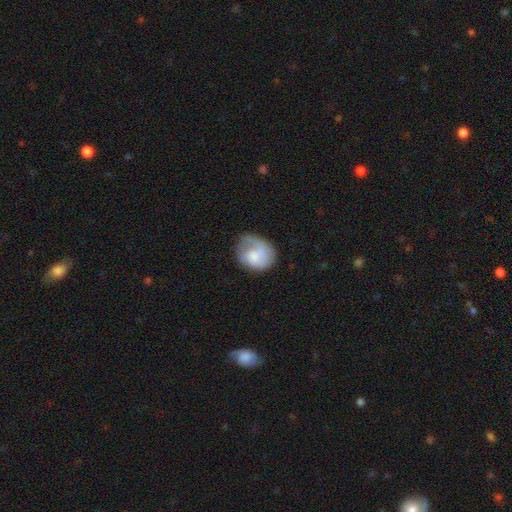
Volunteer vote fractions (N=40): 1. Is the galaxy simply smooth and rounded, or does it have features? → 68% smooth, 25% featured or disk, 8% star or artifact.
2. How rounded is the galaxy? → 56% round, 44% in between, 0% cigar-shaped.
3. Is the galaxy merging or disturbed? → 41% none, 38% minor disturbance, 19% major disturbance, 3% merger.